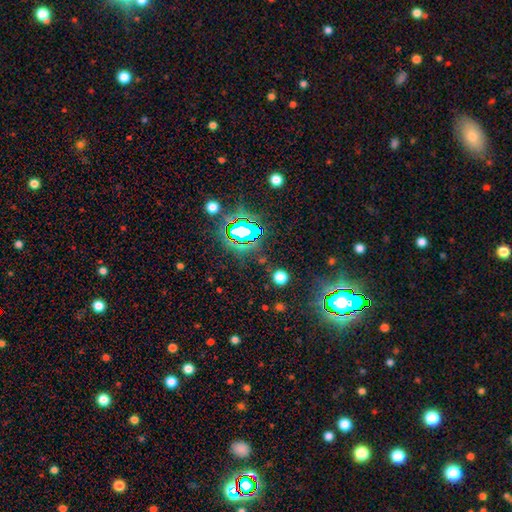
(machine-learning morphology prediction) Smooth or featured: star or artifact — 83% (smooth — 10%)